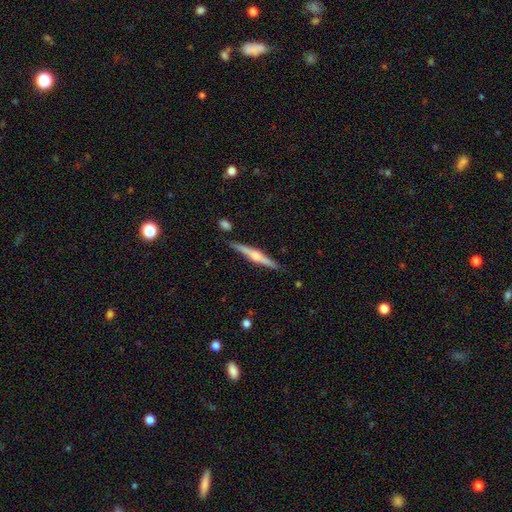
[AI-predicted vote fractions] Morphology: type=featured or disk (66%); edge-on=yes (98%); edge-on bulge=rounded (81%); merging=none (86%).